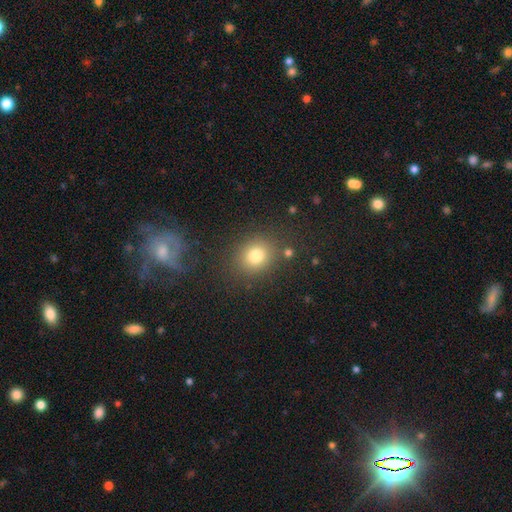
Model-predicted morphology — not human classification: smooth_or_featured: smooth (p=0.79) [alt: star or artifact p=0.13]
how_rounded: round (p=0.69) [alt: in between p=0.30]
merging: none (p=0.80) [alt: minor disturbance p=0.10]